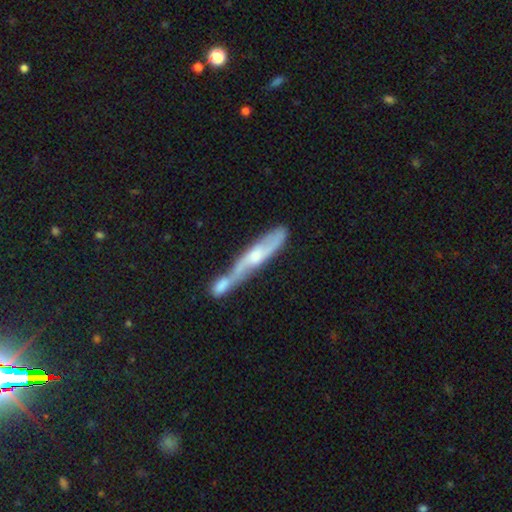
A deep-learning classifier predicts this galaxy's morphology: Smooth or featured: featured or disk — 67% (smooth — 25%)
Edge-on disk: yes — 62% (no — 38%)
Merging: merger — 48% (none — 31%)